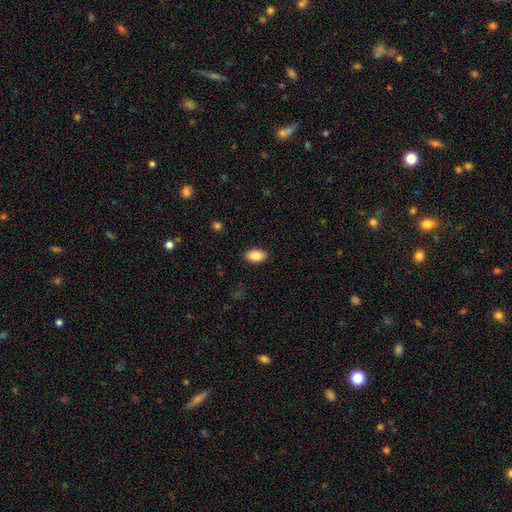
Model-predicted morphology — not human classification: smooth_or_featured: smooth (p=0.85) [alt: star or artifact p=0.07]
how_rounded: in between (p=0.92) [alt: round p=0.06]
merging: none (p=0.89) [alt: minor disturbance p=0.08]